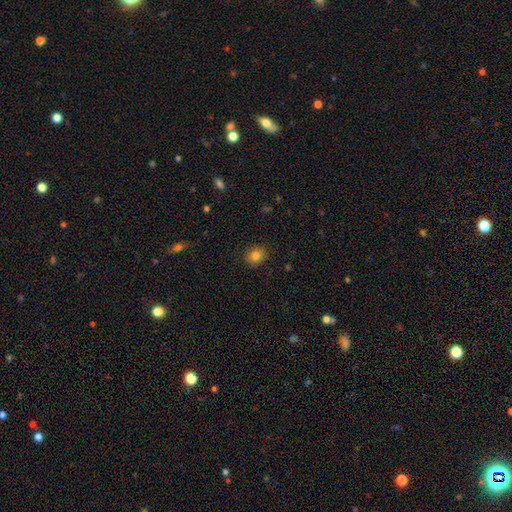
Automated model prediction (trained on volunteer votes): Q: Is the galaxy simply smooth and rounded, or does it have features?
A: smooth — 81%.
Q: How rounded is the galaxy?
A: round — 74%.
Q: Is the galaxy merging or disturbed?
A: none — 89%.